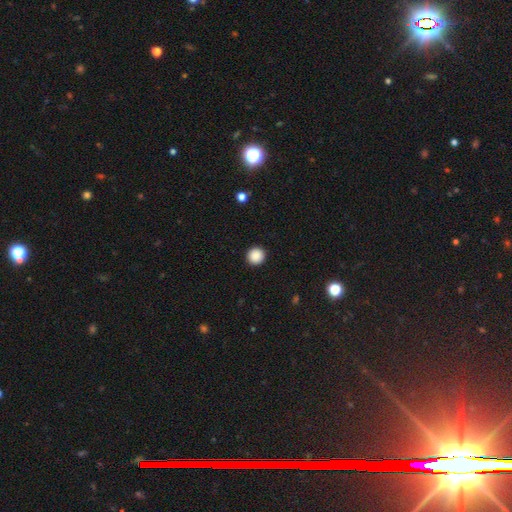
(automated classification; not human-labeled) Morphology: type=smooth (89%); roundness=round (96%); merging=none (93%).